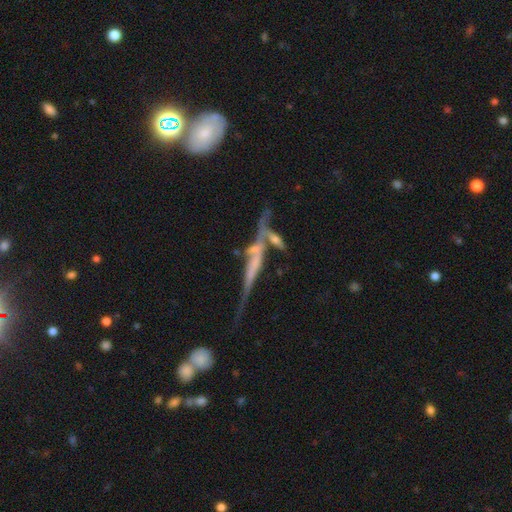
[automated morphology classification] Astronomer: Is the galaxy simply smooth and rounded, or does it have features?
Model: featured or disk — 68%.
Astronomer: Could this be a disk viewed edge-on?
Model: yes — 76%.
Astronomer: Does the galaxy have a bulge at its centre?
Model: none — 51% (runner-up: rounded, 31%).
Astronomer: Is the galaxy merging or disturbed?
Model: none — 43% (runner-up: merger, 21%).